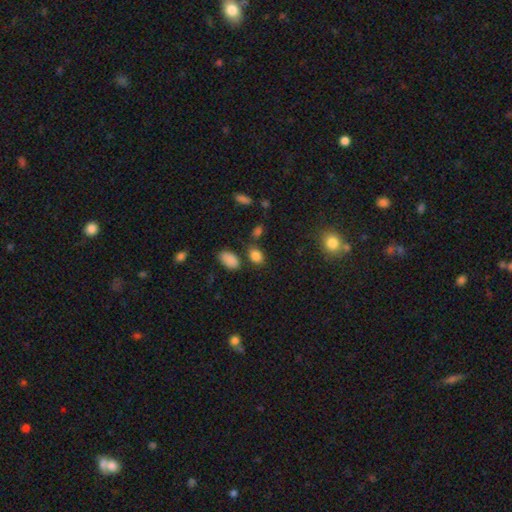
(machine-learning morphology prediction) A smooth galaxy with no disk features (84%) that is in between round and cigar-shaped (79%). Merging: none (75%).